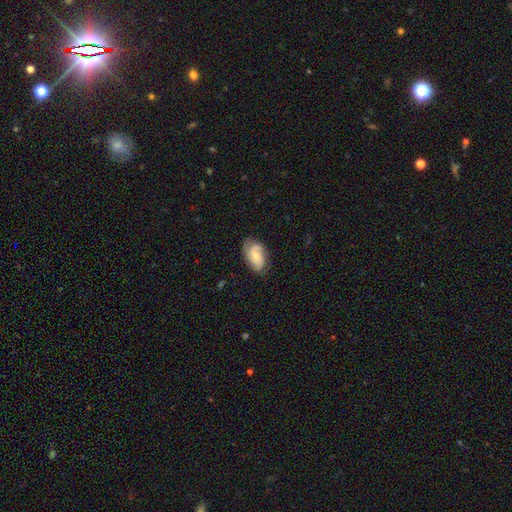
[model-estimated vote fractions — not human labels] The model was most divided on "spiral winding": medium: 43%, tight: 39%, loose: 18%. More confident: edge-on disk — no (96%); spiral arms — yes (94%); merging — none (71%); smooth or featured — featured or disk (66%); bar — no (60%); bulge size — small (57%); spiral arm count — 2 (53%).